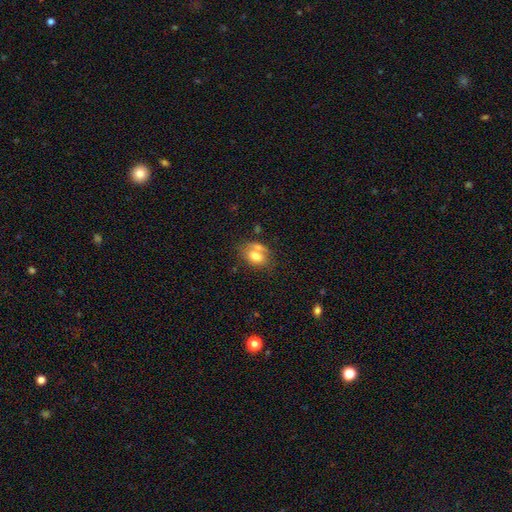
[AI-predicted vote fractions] Smooth or featured? smooth (70%)
How rounded? in between (78%)
Merging? none (43%)